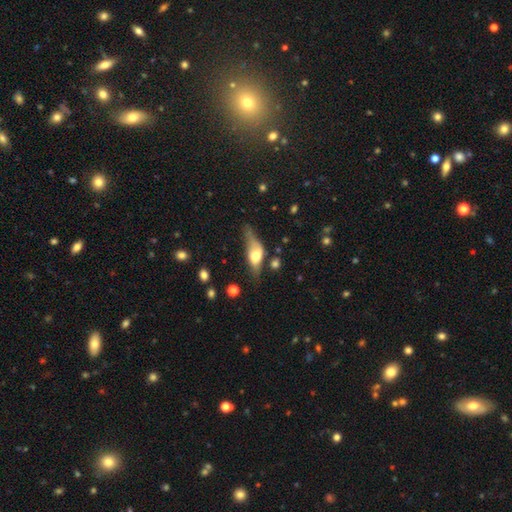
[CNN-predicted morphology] smooth-or-featured: smooth: 55% | featured or disk: 37% | star or artifact: 8%
  how-rounded: in between: 72% | cigar-shaped: 23% | round: 5%
  merging: minor disturbance: 33% | none: 30% | major disturbance: 30% | merger: 7%